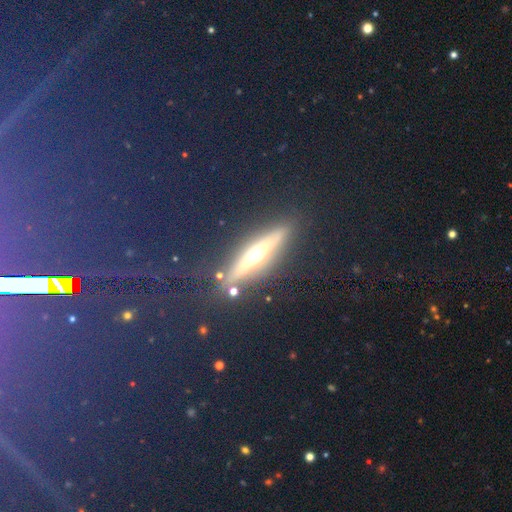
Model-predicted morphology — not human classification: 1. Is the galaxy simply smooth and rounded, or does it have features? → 59% featured or disk, 26% smooth, 16% star or artifact.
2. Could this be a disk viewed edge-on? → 89% yes, 11% no.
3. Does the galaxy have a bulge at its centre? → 87% rounded, 7% boxy, 6% none.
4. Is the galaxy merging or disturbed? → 85% none, 9% minor disturbance, 4% major disturbance, 3% merger.